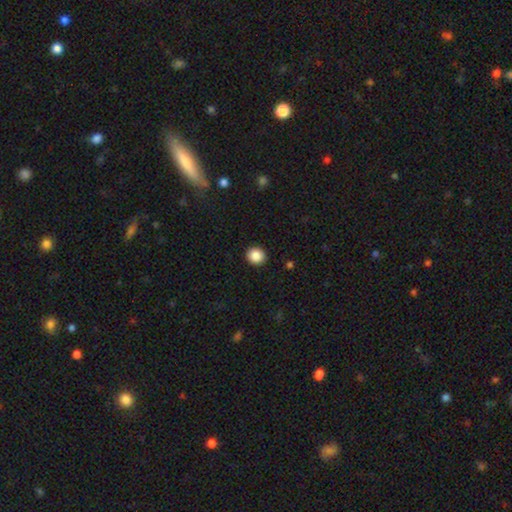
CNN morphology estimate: Smooth or featured? Predicted: smooth (p=0.88). How rounded? Predicted: round (p=0.89). Merging? Predicted: none (p=0.92).